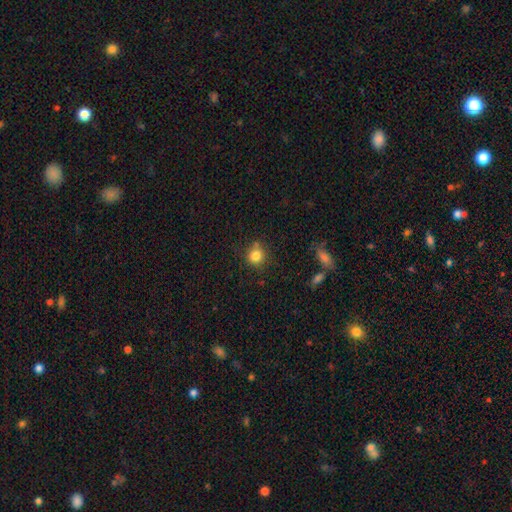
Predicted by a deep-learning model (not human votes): The model was most divided on "merging": none: 74%, minor disturbance: 15%, merger: 7%, major disturbance: 4%. More confident: how rounded — round (86%); smooth or featured — smooth (82%).